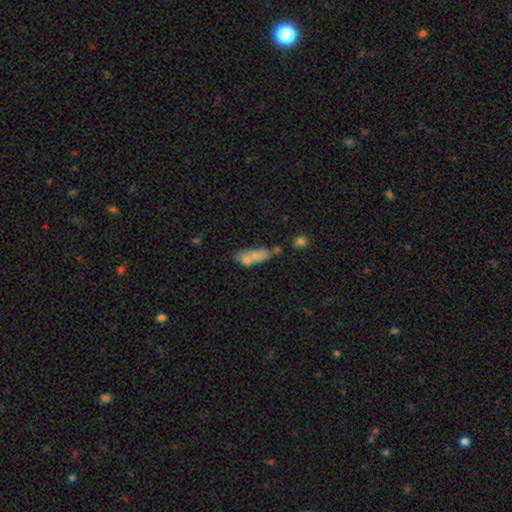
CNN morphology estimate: Smooth or featured? smooth (64%)
How rounded? in between (72%)
Merging? none (36%, tied with merger)